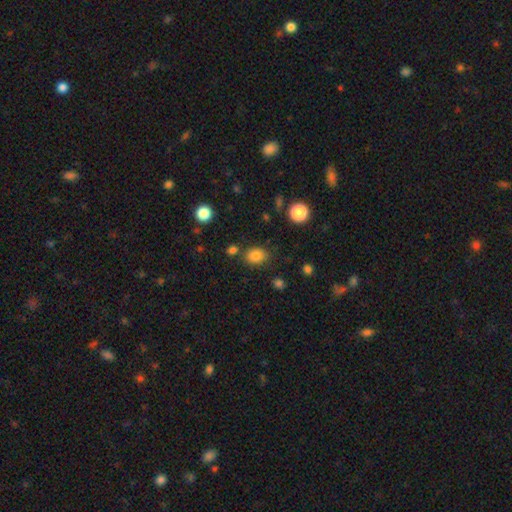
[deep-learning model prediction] smooth 83%, star or artifact 12%, featured or disk 5%. Down the decision tree: how rounded — in between (64%); merging — none (75%).